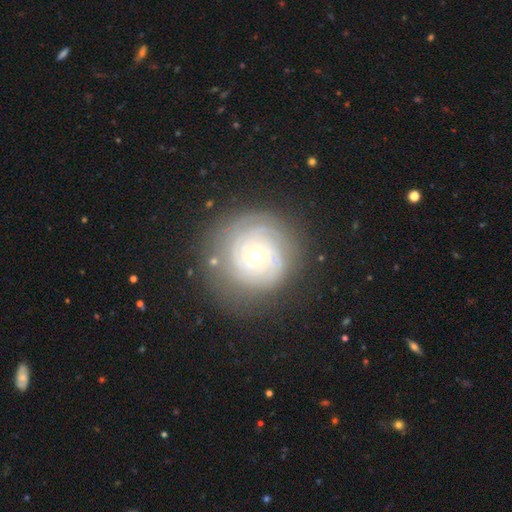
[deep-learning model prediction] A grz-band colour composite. It shows a featured or disk galaxy (79%) with no bar (83%), tight (84%) spiral arms (93%) and a moderate central bulge (60%). Merging: none (79%).